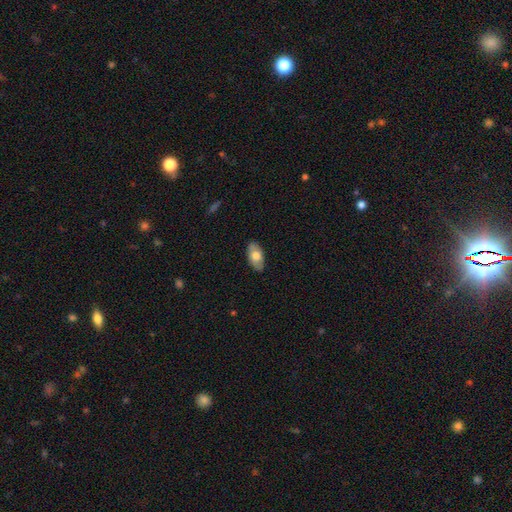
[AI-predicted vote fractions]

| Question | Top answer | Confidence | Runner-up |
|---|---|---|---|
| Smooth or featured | smooth | 65% | featured or disk (29%) |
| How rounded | in between | 94% | round (3%) |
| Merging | none | 83% | minor disturbance (13%) |